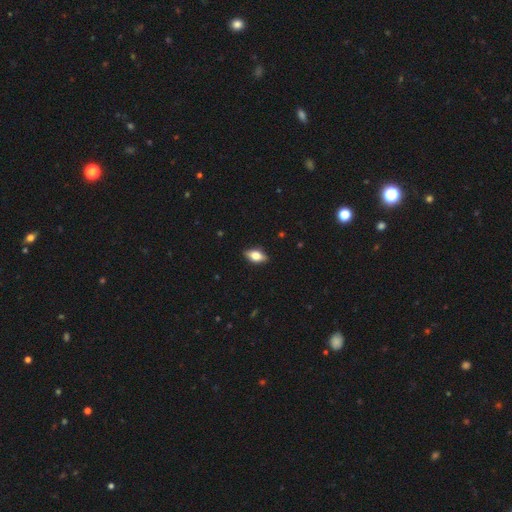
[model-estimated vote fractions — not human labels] The model was most divided on "smooth or featured": smooth: 58%, featured or disk: 34%, star or artifact: 7%. More confident: merging — none (87%); how rounded — in between (84%).